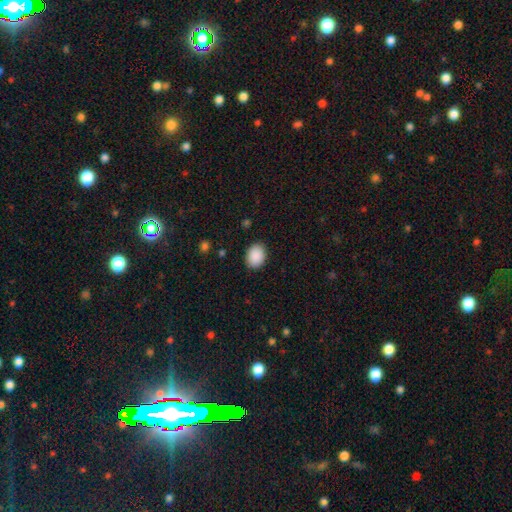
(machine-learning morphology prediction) A smooth galaxy with no disk features (90%) that is in between round and cigar-shaped (65%). Merging: none (88%).